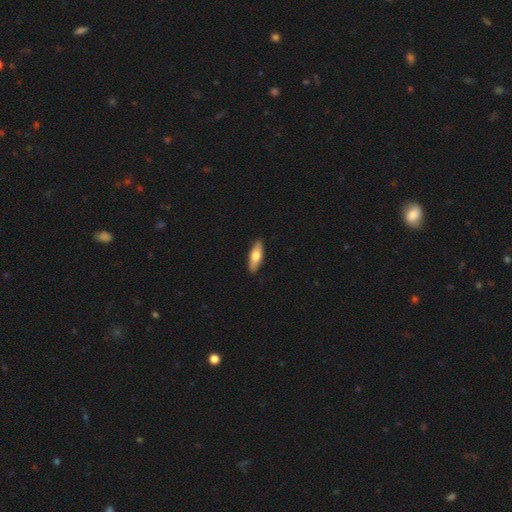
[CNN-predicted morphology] smooth 69%, featured or disk 26%, star or artifact 5%. Down the decision tree: how rounded — in between (54%); merging — none (90%).